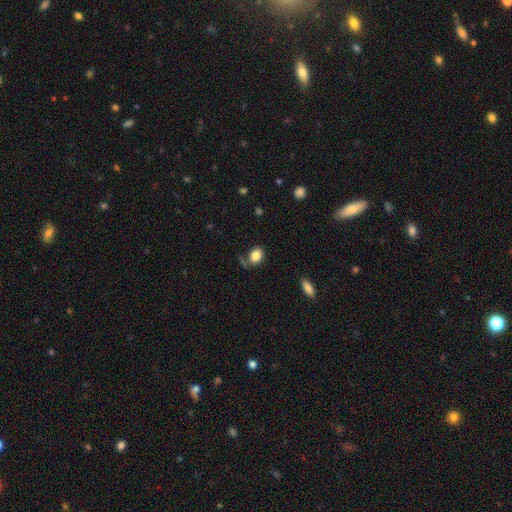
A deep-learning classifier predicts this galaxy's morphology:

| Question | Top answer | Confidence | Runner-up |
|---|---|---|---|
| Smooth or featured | smooth | 84% | star or artifact (9%) |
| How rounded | in between | 62% | round (37%) |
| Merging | none | 69% | minor disturbance (17%) |